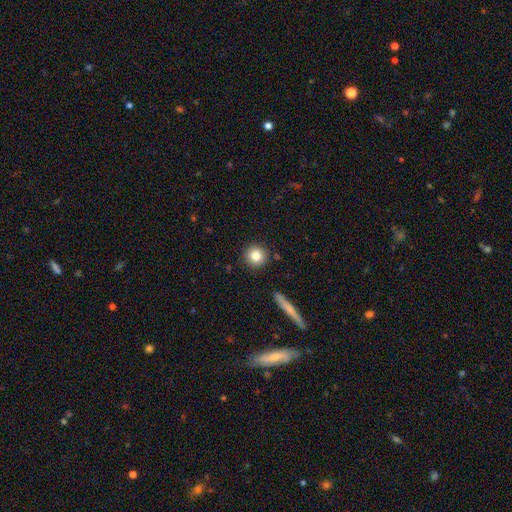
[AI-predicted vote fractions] This appears to be a smooth galaxy with no disk features (81%) that is round (94%). Merging: none (89%).